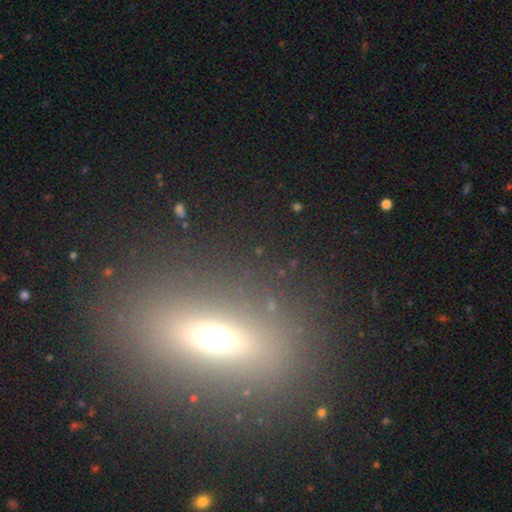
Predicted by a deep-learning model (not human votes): This is possibly a smooth galaxy (50%). Merging: clearly none (85%).